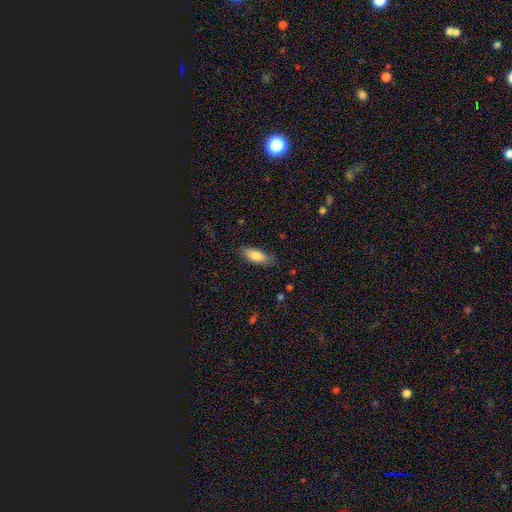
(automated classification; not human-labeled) This is likely a smooth galaxy (80%). How rounded: likely in between (69%). Merging: clearly none (82%).